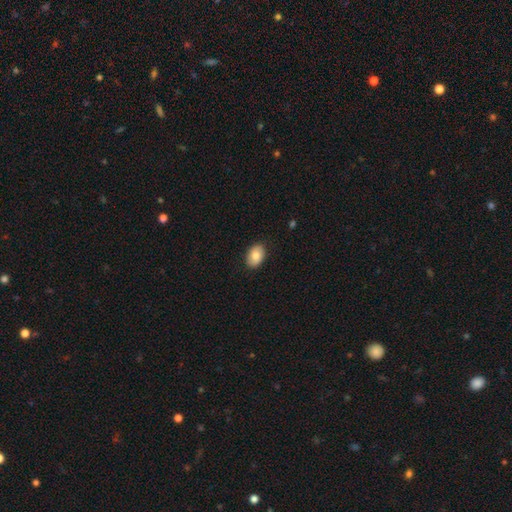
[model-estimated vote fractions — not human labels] A smooth galaxy with no disk features (80%) that is in between round and cigar-shaped (84%).

Vote fractions:
- Smooth or featured? smooth: 80% / featured or disk: 13% / star or artifact: 7%
- How rounded? in between: 84% / round: 15% / cigar-shaped: 1%
- Merging? none: 88% / minor disturbance: 9% / major disturbance: 2% / merger: 1%